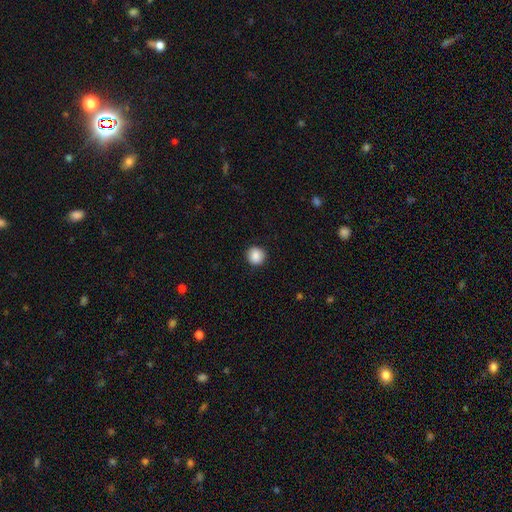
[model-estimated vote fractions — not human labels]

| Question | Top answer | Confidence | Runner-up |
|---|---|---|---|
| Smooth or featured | smooth | 88% | star or artifact (9%) |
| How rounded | round | 91% | in between (8%) |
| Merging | none | 90% | minor disturbance (7%) |